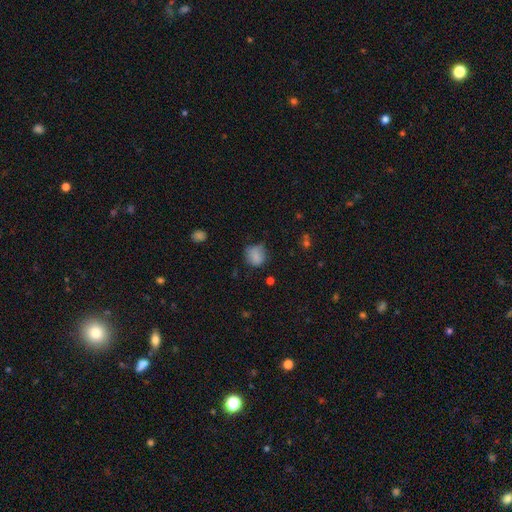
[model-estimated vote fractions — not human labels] The model was most divided on "merging": none: 60%, minor disturbance: 29%, major disturbance: 9%, merger: 2%. More confident: smooth or featured — smooth (80%); how rounded — round (76%).